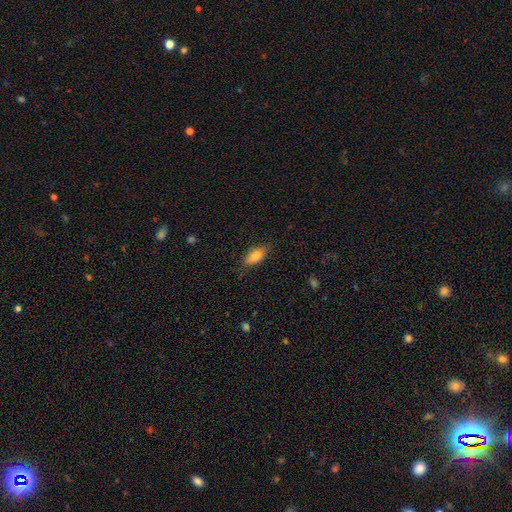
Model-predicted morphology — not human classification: Smooth or featured? smooth (81%)
How rounded? in between (83%)
Merging? none (78%)